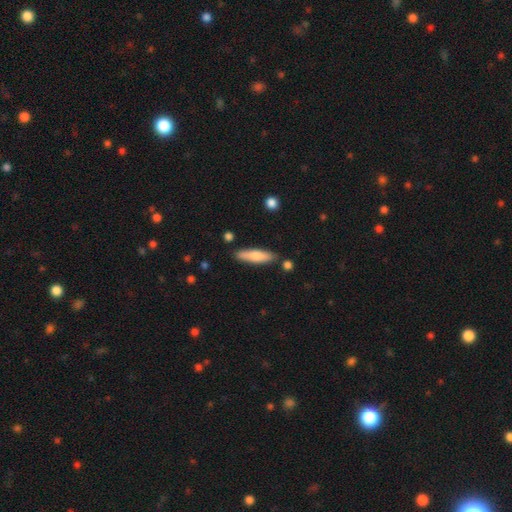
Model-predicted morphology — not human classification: type=smooth (72%); roundness=cigar-shaped (71%); merging=none (83%).